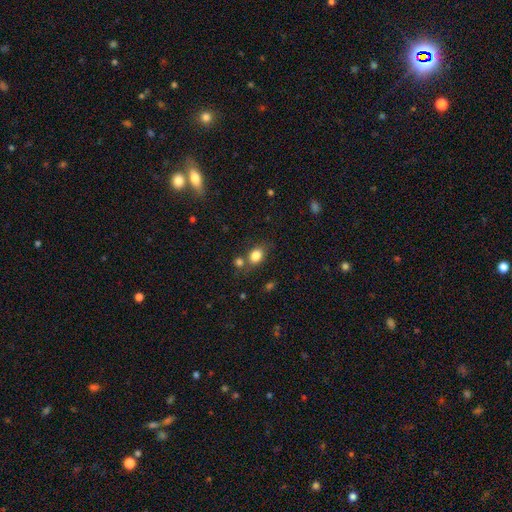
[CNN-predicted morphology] Smooth or featured? Predicted: smooth (p=0.82). How rounded? Predicted: in between (p=0.60). Merging? Predicted: none (p=0.62).